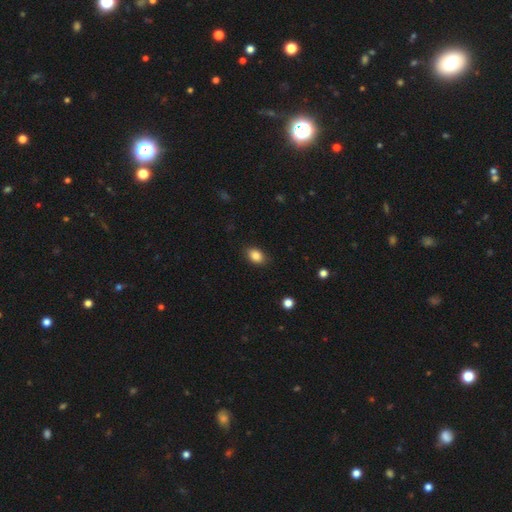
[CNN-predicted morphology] This is clearly a smooth galaxy (86%). How rounded: clearly in between (81%). Merging: clearly none (86%).